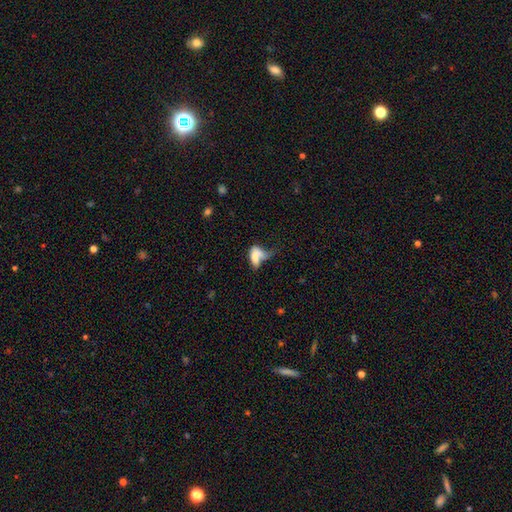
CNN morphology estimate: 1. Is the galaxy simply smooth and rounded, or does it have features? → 64% smooth, 26% featured or disk, 10% star or artifact.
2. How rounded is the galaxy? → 79% in between, 14% cigar-shaped, 7% round.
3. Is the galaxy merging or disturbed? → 32% major disturbance, 30% merger, 20% none, 17% minor disturbance.